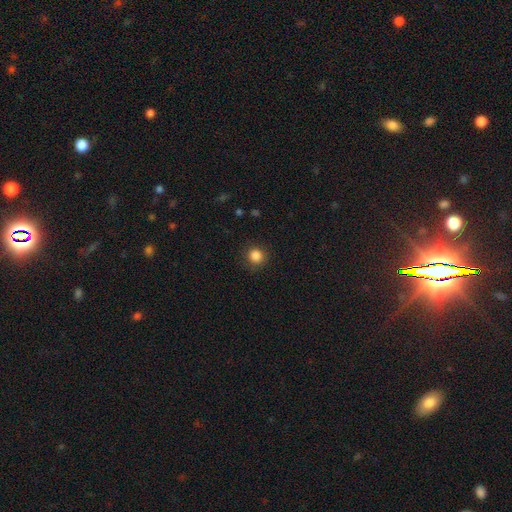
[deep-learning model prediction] Smooth or featured: smooth — 85% (star or artifact — 11%)
How rounded: round — 91% (in between — 8%)
Merging: none — 88% (minor disturbance — 8%)